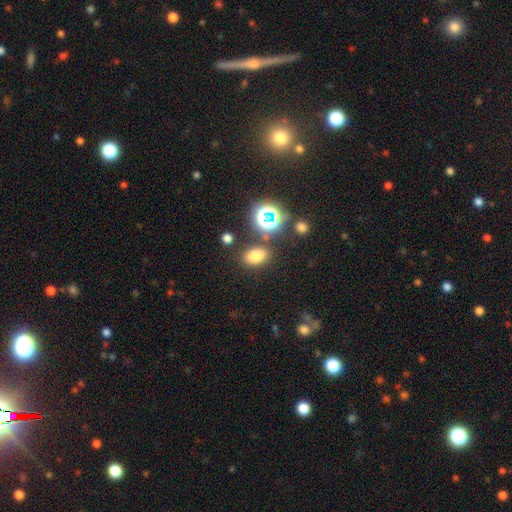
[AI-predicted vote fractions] The model was most divided on "smooth or featured": smooth: 71%, star or artifact: 22%, featured or disk: 7%. More confident: merging — none (80%); how rounded — in between (77%).